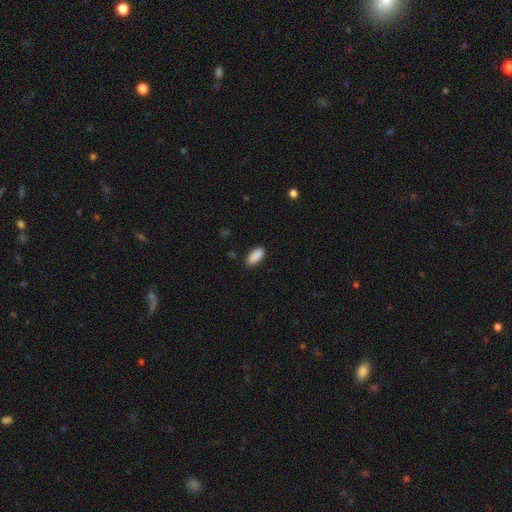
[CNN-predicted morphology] A smooth galaxy with no disk features (90%) that is in between round and cigar-shaped (86%).

Vote fractions:
- Smooth or featured? smooth: 90% / star or artifact: 7% / featured or disk: 3%
- How rounded? in between: 86% / cigar-shaped: 12% / round: 2%
- Merging? none: 86% / minor disturbance: 10% / major disturbance: 2% / merger: 1%